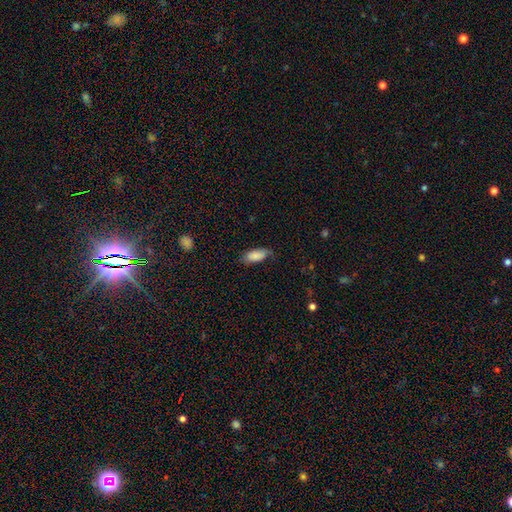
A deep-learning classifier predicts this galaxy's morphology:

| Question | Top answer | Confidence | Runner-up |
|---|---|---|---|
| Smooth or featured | smooth | 85% | featured or disk (8%) |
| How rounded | in between | 85% | cigar-shaped (13%) |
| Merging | none | 63% | minor disturbance (29%) |